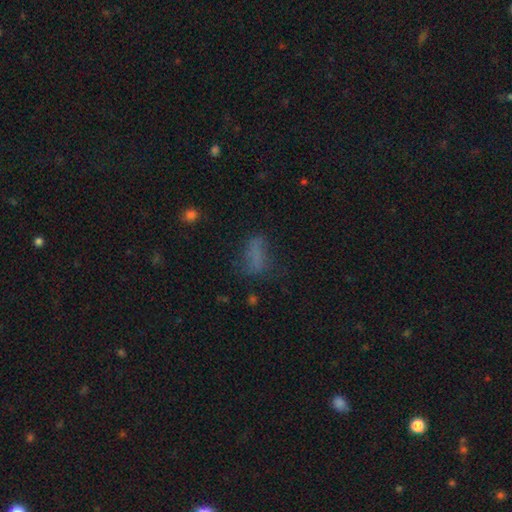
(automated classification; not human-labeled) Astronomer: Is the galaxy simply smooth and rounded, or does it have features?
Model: smooth — 60%.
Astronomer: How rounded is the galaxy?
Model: in between — 74%.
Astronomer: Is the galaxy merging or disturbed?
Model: none — 51%.